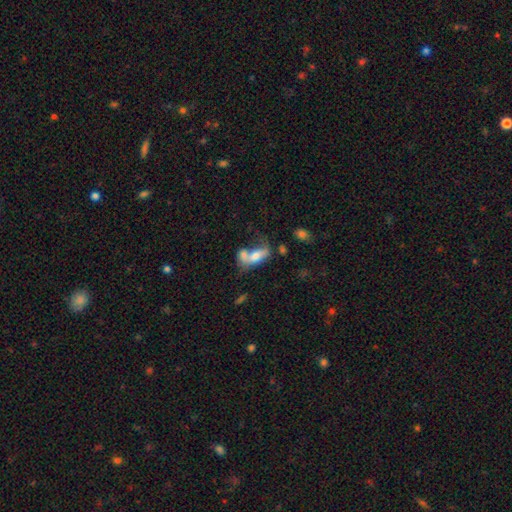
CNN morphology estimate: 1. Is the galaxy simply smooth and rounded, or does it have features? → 59% smooth, 33% featured or disk, 9% star or artifact.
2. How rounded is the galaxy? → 80% in between, 13% cigar-shaped, 7% round.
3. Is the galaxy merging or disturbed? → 61% merger, 18% none, 11% major disturbance, 10% minor disturbance.